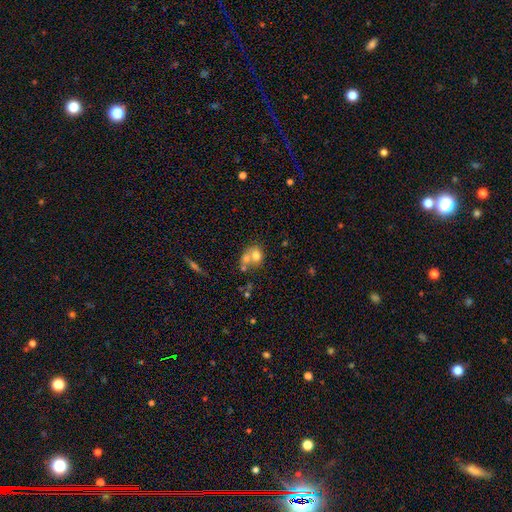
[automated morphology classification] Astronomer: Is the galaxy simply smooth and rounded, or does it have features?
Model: smooth — 68%.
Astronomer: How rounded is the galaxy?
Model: round — 68%.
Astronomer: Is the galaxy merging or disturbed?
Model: merger — 56%.